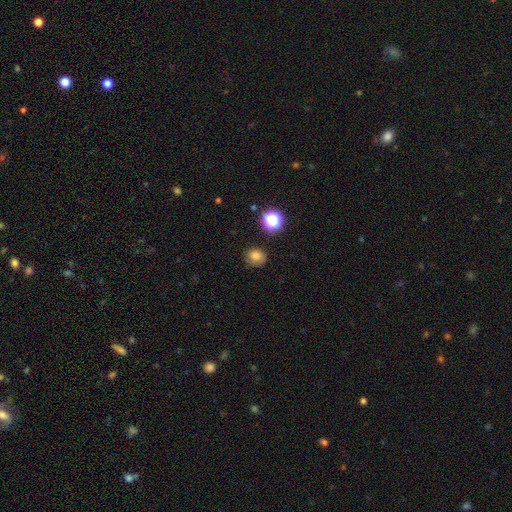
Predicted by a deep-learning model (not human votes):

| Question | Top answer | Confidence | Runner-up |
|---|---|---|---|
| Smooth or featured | smooth | 77% | star or artifact (15%) |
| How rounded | round | 70% | in between (29%) |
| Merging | none | 80% | minor disturbance (15%) |